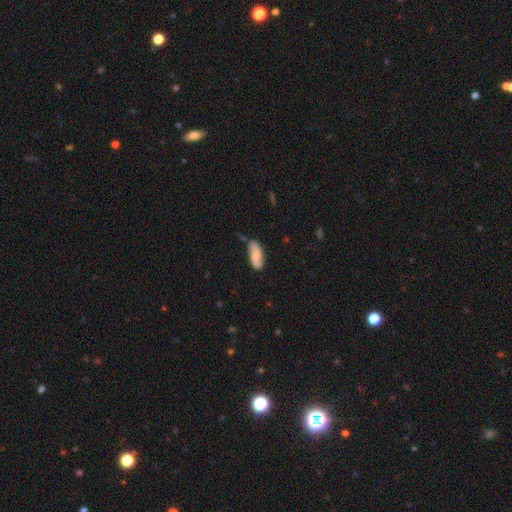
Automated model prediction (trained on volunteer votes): A smooth galaxy with no disk features (56%) that is in between round and cigar-shaped (84%).

Vote fractions:
- Smooth or featured? smooth: 56% / featured or disk: 37% / star or artifact: 7%
- How rounded? in between: 84% / cigar-shaped: 13% / round: 3%
- Merging? none: 63% / minor disturbance: 27% / major disturbance: 6% / merger: 5%